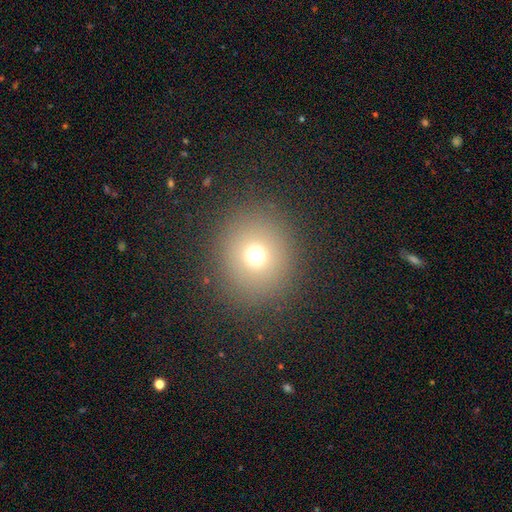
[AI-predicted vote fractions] A smooth galaxy with no disk features (70%) that is round (87%). Merging: none (88%).